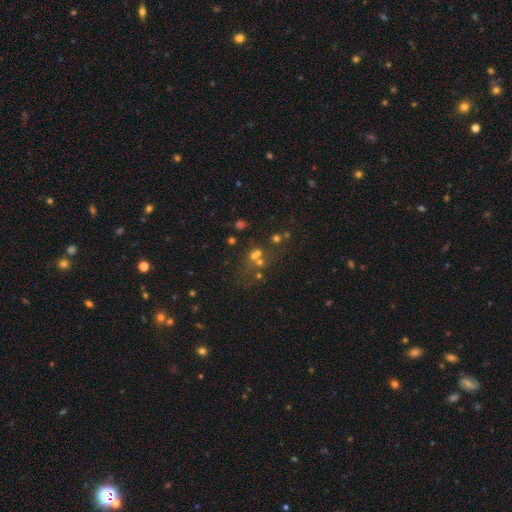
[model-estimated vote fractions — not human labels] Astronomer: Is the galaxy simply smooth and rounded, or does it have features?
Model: star or artifact — 40% (runner-up: smooth, 38%).